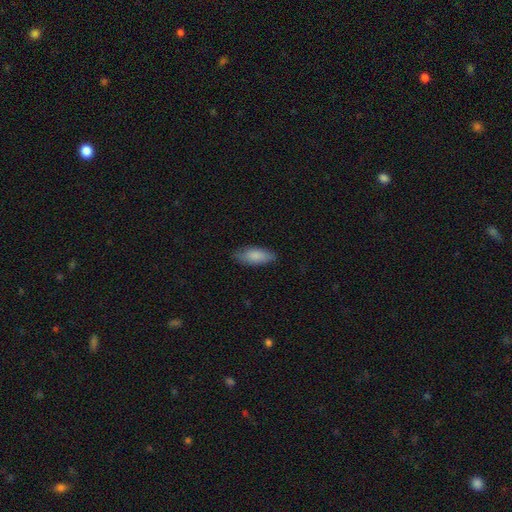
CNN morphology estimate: smooth_or_featured: smooth (p=0.86) [alt: featured or disk p=0.09]
how_rounded: in between (p=0.73) [alt: cigar-shaped p=0.25]
merging: none (p=0.82) [alt: minor disturbance p=0.14]